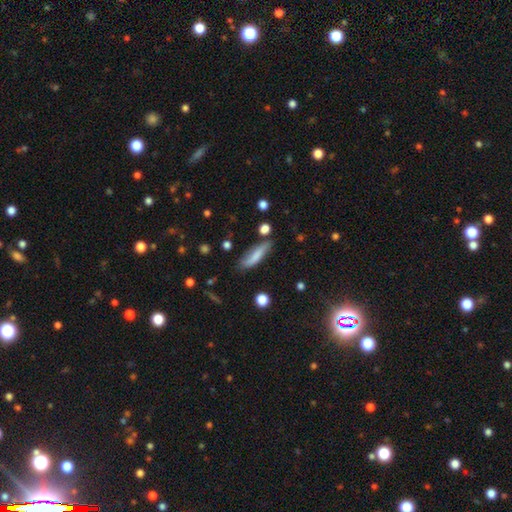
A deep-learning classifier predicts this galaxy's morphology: Q: Smooth or featured?
A: smooth (72%); runner-up: featured or disk (21%)
Q: How rounded?
A: cigar-shaped (64%); runner-up: in between (33%)
Q: Merging?
A: none (69%); runner-up: minor disturbance (22%)